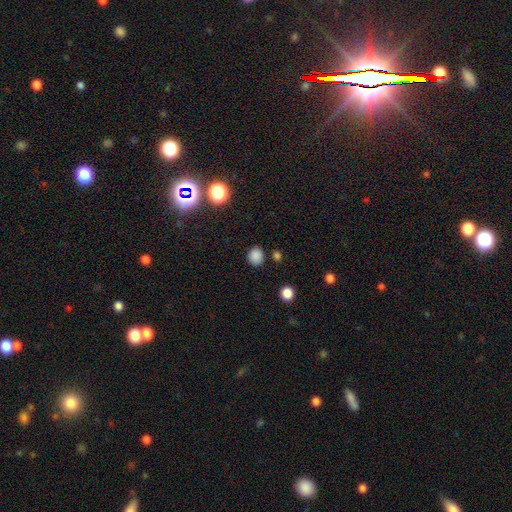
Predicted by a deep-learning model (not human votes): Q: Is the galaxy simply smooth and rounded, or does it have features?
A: smooth — 82%.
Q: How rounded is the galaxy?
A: round — 80%.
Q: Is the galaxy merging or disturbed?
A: none — 85%.